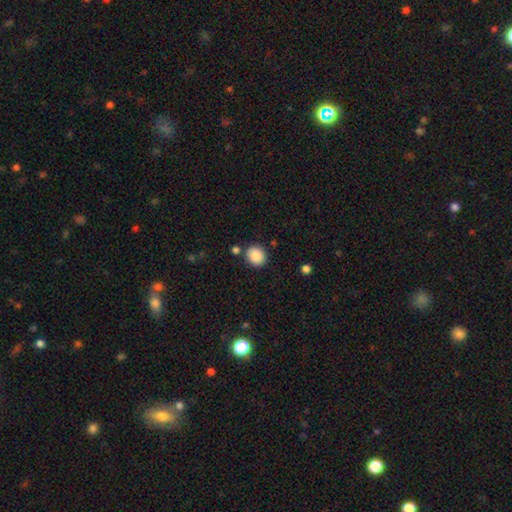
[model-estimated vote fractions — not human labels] smooth_or_featured: smooth (p=0.88) [alt: star or artifact p=0.08]
how_rounded: round (p=0.74) [alt: in between p=0.25]
merging: none (p=0.82) [alt: minor disturbance p=0.09]